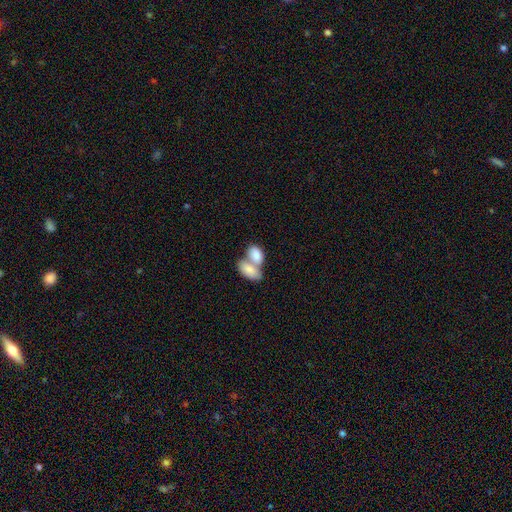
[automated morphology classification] Smooth or featured? smooth (81%)
How rounded? in between (92%)
Merging? merger (73%)